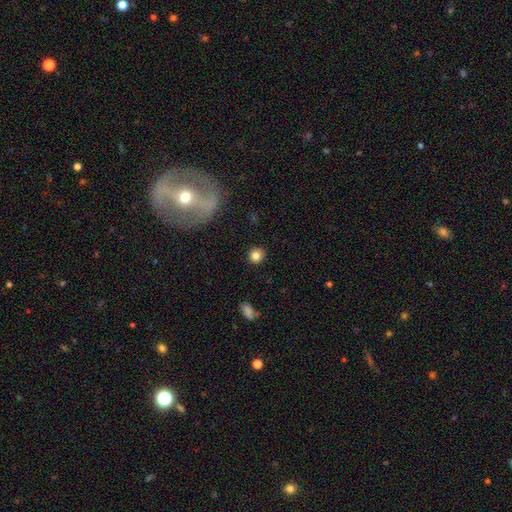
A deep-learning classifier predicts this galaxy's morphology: A smooth galaxy with no disk features (83%) that is round (87%).

Vote fractions:
- Smooth or featured? smooth: 83% / star or artifact: 10% / featured or disk: 6%
- How rounded? round: 87% / in between: 12% / cigar-shaped: 1%
- Merging? none: 90% / minor disturbance: 7% / major disturbance: 2% / merger: 1%